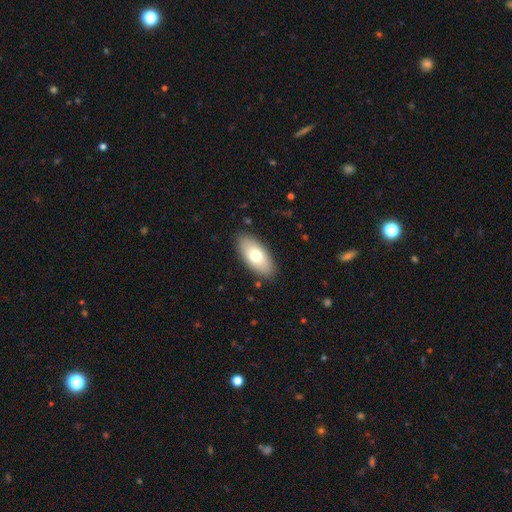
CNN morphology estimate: Overall: smooth (72%). How rounded: in between (91%). Merging: none (87%).